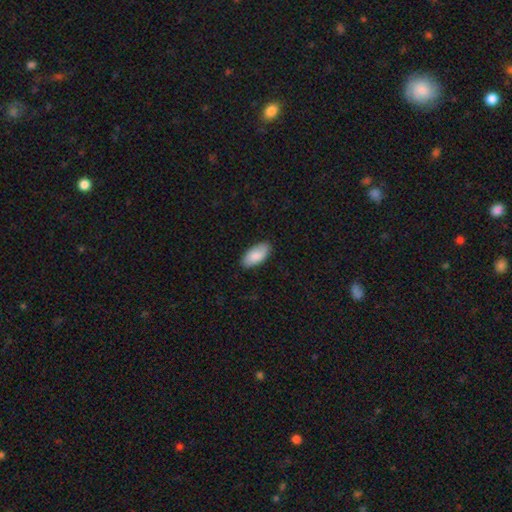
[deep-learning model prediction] Overall: smooth (87%). How rounded: in between (93%). Merging: none (87%).